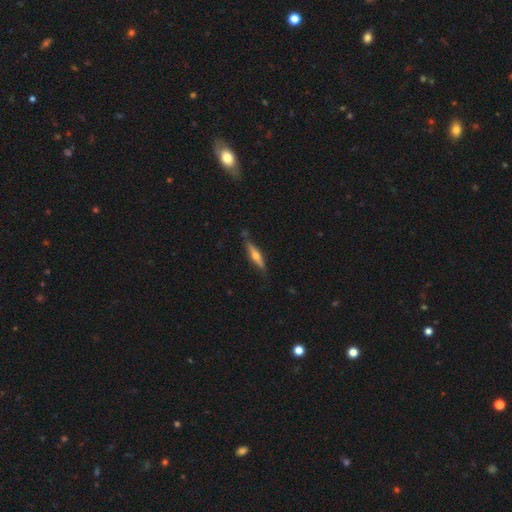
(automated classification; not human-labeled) smooth_or_featured: featured or disk (p=0.60) [alt: smooth p=0.34]
disk_edge_on: yes (p=0.94) [alt: no p=0.06]
edge_on_bulge: rounded (p=0.90) [alt: none p=0.06]
merging: none (p=0.81) [alt: minor disturbance p=0.14]